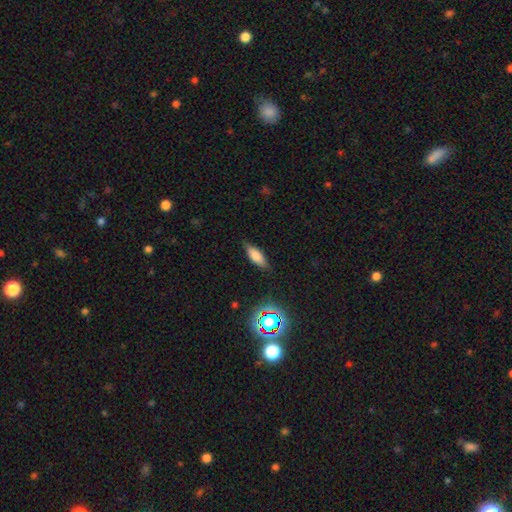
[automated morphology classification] Q: Smooth or featured?
A: smooth (74%); runner-up: featured or disk (14%)
Q: How rounded?
A: in between (68%); runner-up: cigar-shaped (29%)
Q: Merging?
A: none (80%); runner-up: minor disturbance (15%)